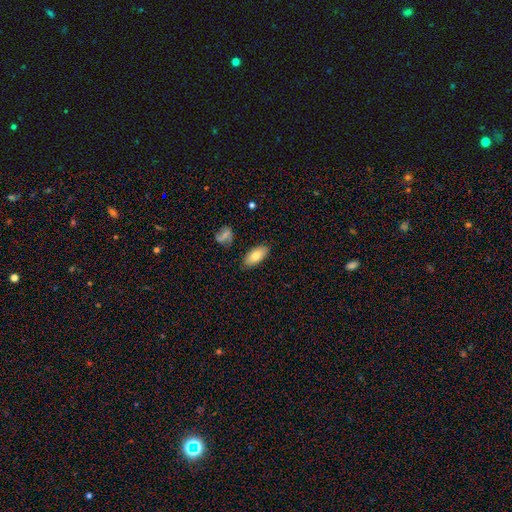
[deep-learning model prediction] This appears to be a smooth galaxy with no disk features (77%) that is in between round and cigar-shaped (91%). Merging: none (84%).